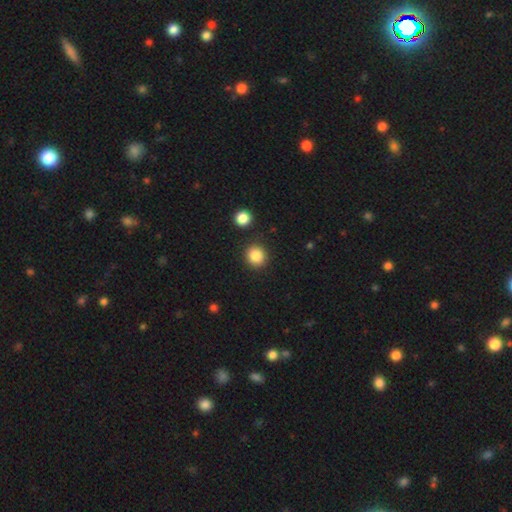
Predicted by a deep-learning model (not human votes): smooth-or-featured: smooth: 85% | star or artifact: 10% | featured or disk: 4%
  how-rounded: round: 90% | in between: 9% | cigar-shaped: 1%
  merging: none: 89% | minor disturbance: 6% | merger: 3% | major disturbance: 2%